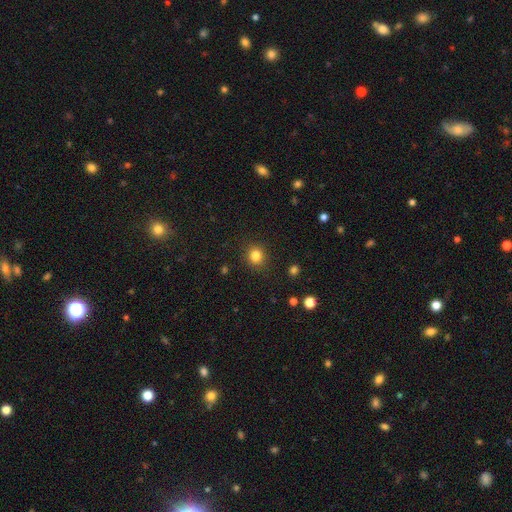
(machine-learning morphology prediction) smooth-or-featured: smooth: 83% | star or artifact: 13% | featured or disk: 5%
  how-rounded: round: 84% | in between: 15% | cigar-shaped: 1%
  merging: none: 89% | minor disturbance: 7% | major disturbance: 2% | merger: 1%